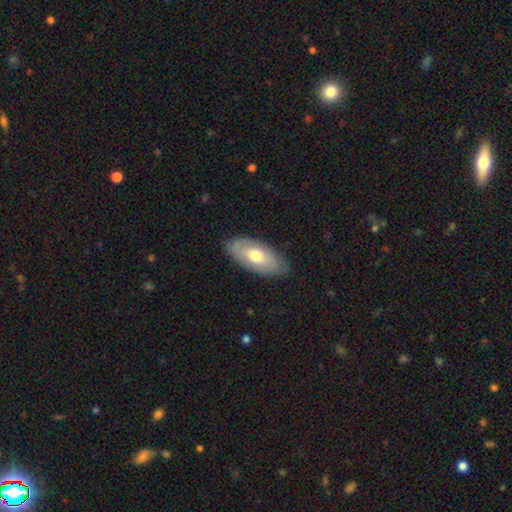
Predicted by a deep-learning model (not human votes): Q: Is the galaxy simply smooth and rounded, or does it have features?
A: smooth — 57%.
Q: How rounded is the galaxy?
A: in between — 91%.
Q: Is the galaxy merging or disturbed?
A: none — 81%.